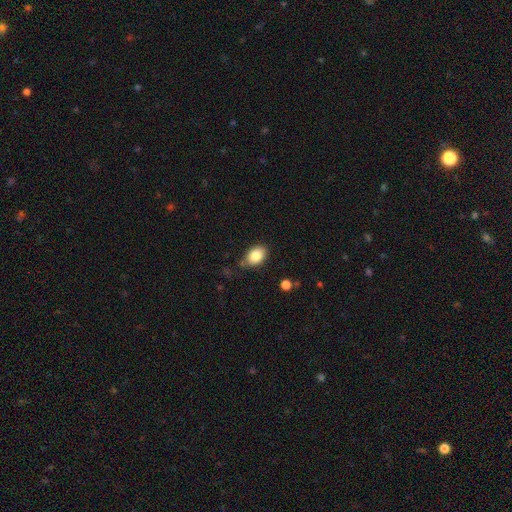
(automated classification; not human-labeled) Smooth or featured: smooth — 85% (star or artifact — 8%)
How rounded: in between — 84% (round — 15%)
Merging: none — 74% (minor disturbance — 18%)